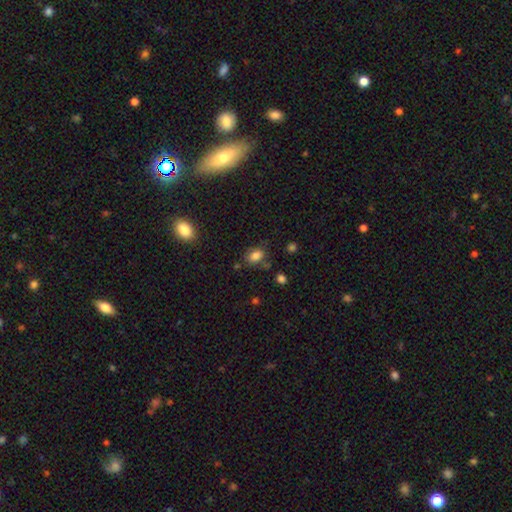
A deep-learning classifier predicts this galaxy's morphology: Overall: smooth (81%). How rounded: in between (82%). Merging: none (68%).